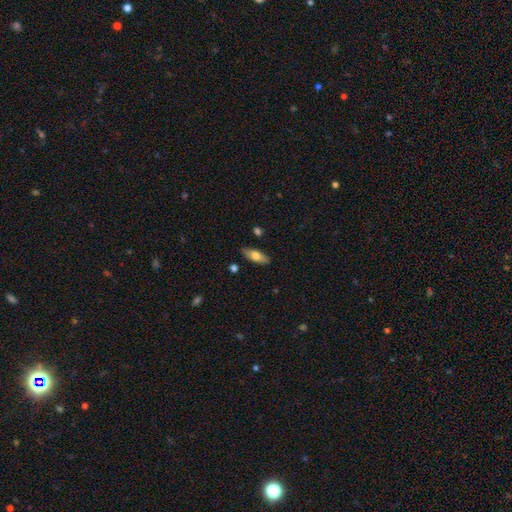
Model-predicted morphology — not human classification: Smooth or featured? Predicted: smooth (p=0.66). How rounded? Predicted: in between (p=0.68). Merging? Predicted: none (p=0.85).